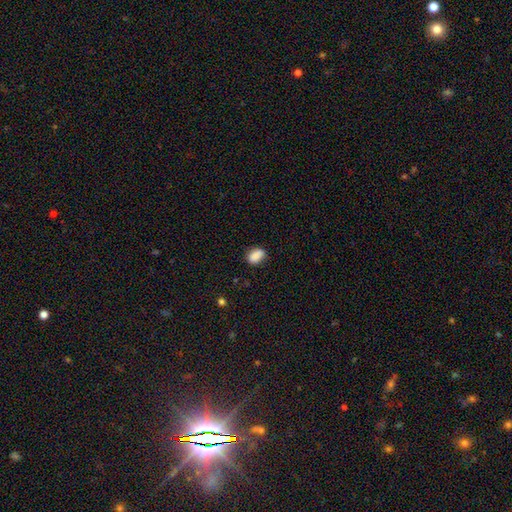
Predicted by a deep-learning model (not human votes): The model was most divided on "merging": none: 78%, minor disturbance: 17%, major disturbance: 3%, merger: 2%. More confident: smooth or featured — smooth (88%); how rounded — in between (82%).